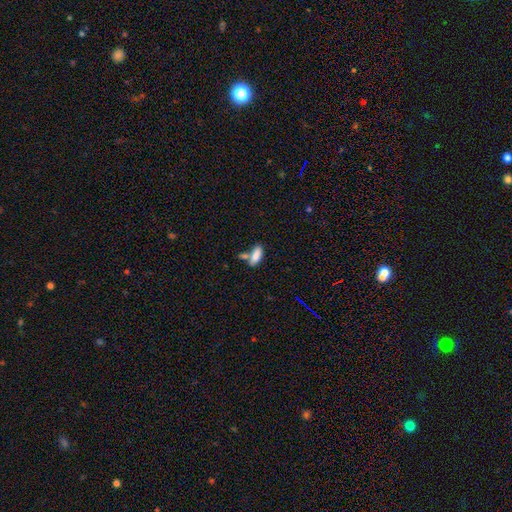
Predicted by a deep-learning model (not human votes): This appears to be a smooth galaxy with no disk features (82%) that is in between round and cigar-shaped (76%). Merging: none (47%).